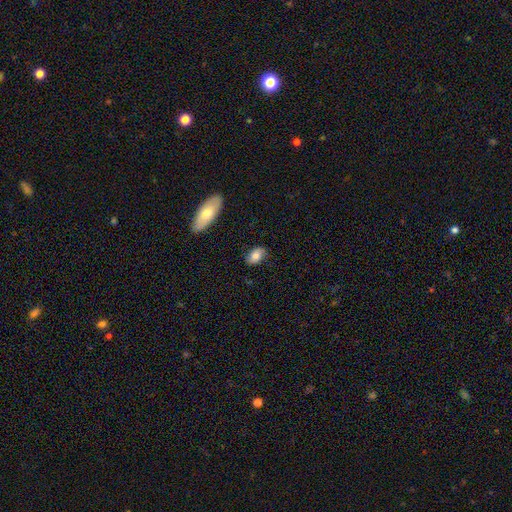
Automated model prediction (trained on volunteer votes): The model was most divided on "smooth or featured": smooth: 68%, featured or disk: 24%, star or artifact: 8%. More confident: how rounded — in between (86%); merging — none (75%).